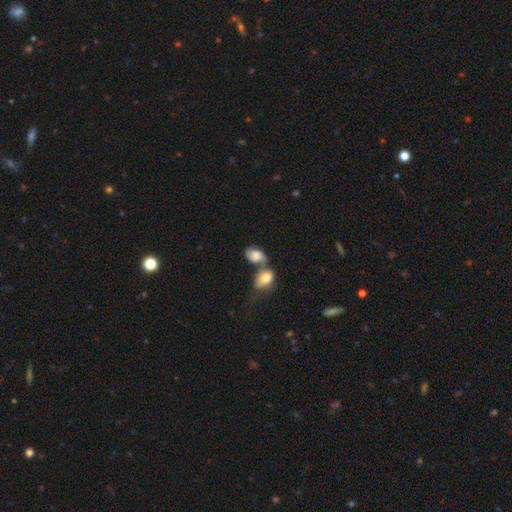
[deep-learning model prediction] This appears to be a smooth galaxy with no disk features (66%) that is in between round and cigar-shaped (80%). Merging: merger (56%).